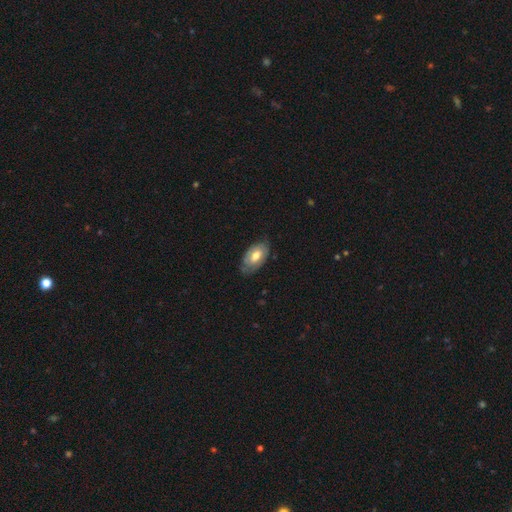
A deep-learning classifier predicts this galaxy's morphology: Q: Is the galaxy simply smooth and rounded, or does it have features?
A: smooth — 52%.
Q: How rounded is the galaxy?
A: in between — 93%.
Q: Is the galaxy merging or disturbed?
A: none — 68%.